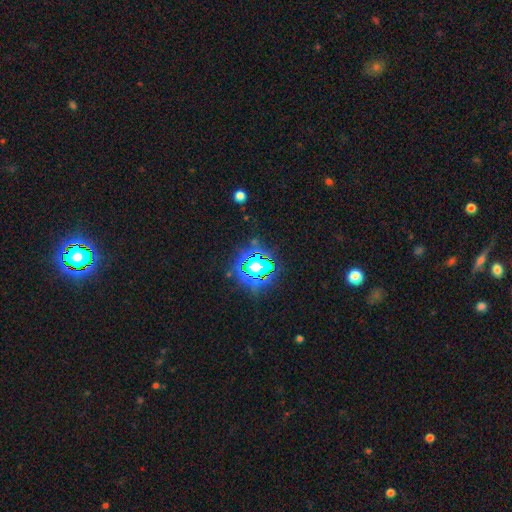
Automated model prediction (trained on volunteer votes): Smooth or featured? star or artifact (82%)